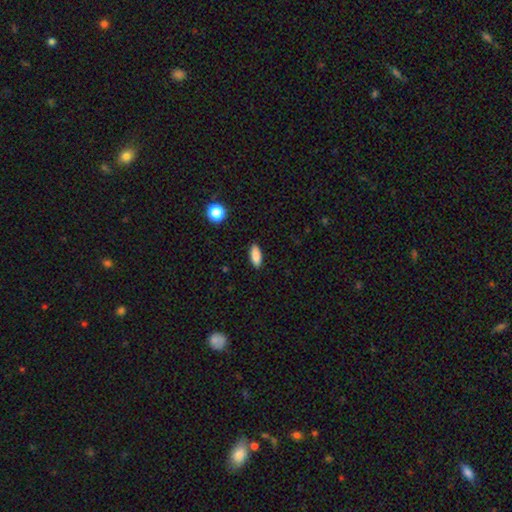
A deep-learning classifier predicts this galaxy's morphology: A smooth galaxy with no disk features (87%) that is in between round and cigar-shaped (77%).

Vote fractions:
- Smooth or featured? smooth: 87% / star or artifact: 8% / featured or disk: 6%
- How rounded? in between: 77% / cigar-shaped: 20% / round: 3%
- Merging? none: 89% / minor disturbance: 8% / major disturbance: 2% / merger: 1%